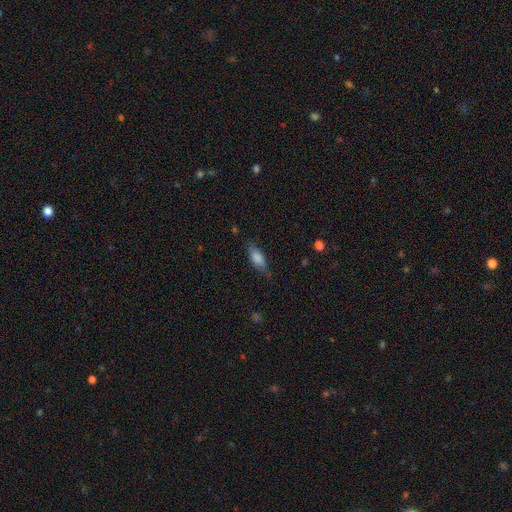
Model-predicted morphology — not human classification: smooth 77%, featured or disk 17%, star or artifact 7%. Down the decision tree: how rounded — in between (71%); merging — none (70%).